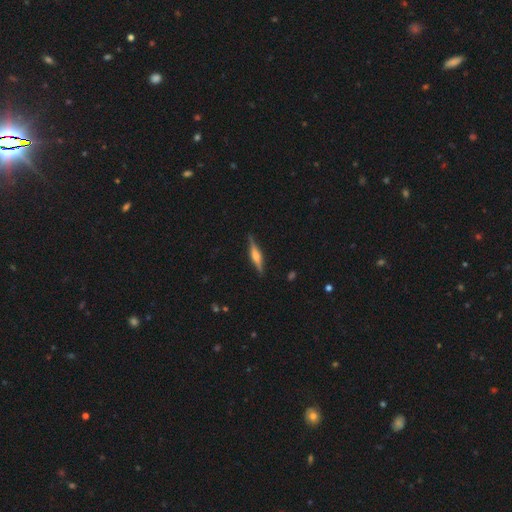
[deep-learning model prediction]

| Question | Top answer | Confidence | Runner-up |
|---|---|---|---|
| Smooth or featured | featured or disk | 69% | smooth (25%) |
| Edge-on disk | yes | 97% | no (3%) |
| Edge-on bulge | rounded | 79% | boxy (15%) |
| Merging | none | 88% | minor disturbance (9%) |